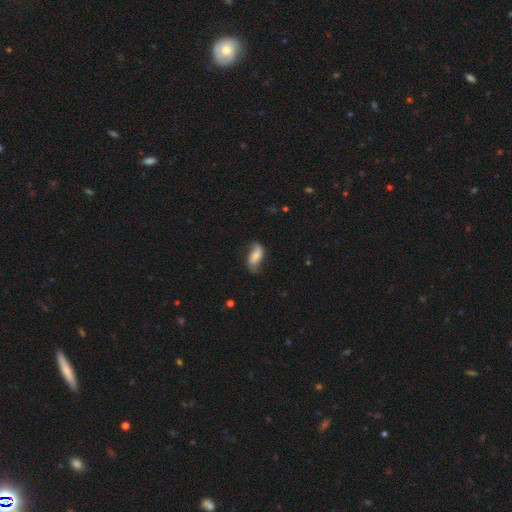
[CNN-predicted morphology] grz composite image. It shows a smooth galaxy with no disk features (54%) that is in between round and cigar-shaped (85%). Merging: none (61%).